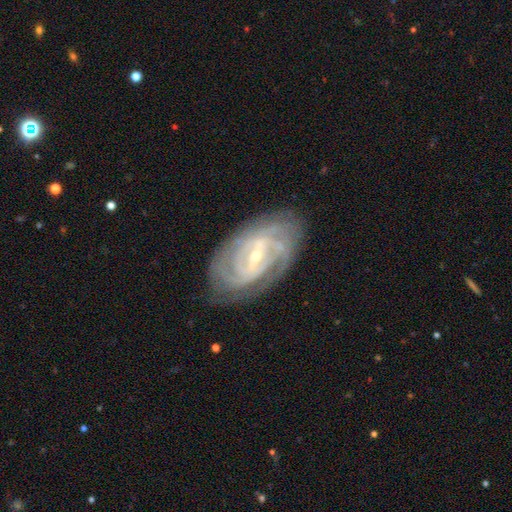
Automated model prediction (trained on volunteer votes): A featured or disk galaxy (89%) with a strong bar (44%), 2 (28%) tight (71%) spiral arms (97%) and a small central bulge (68%). Merging: none (79%).